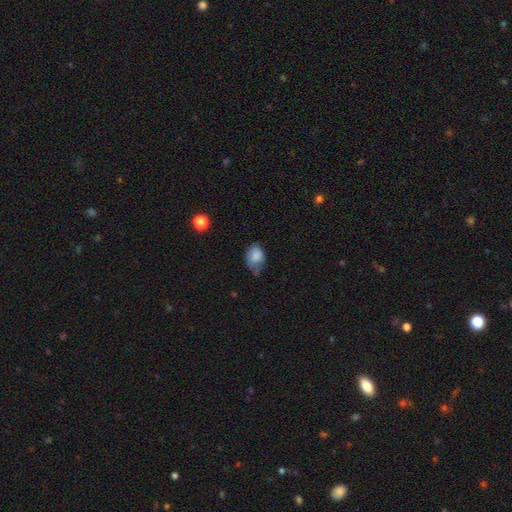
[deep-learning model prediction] Smooth or featured: smooth — 82% (featured or disk — 10%)
How rounded: in between — 71% (round — 28%)
Merging: minor disturbance — 43% (none — 40%)